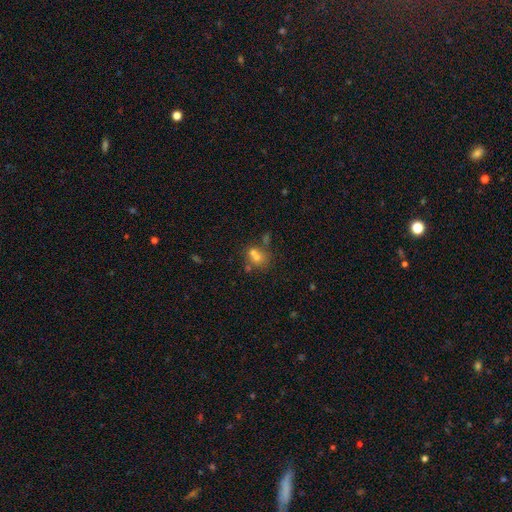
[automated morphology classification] Smooth or featured? Predicted: smooth (p=0.62). How rounded? Predicted: round (p=0.65). Merging? Predicted: merger (p=0.51).